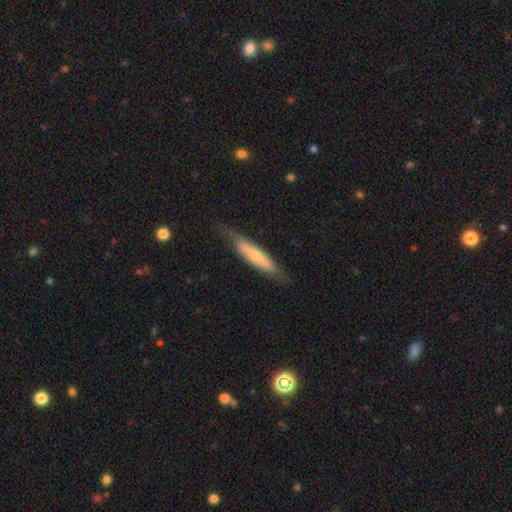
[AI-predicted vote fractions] A smooth galaxy with no disk features (54%) that is cigar-shaped (84%). Merging: none (70%).